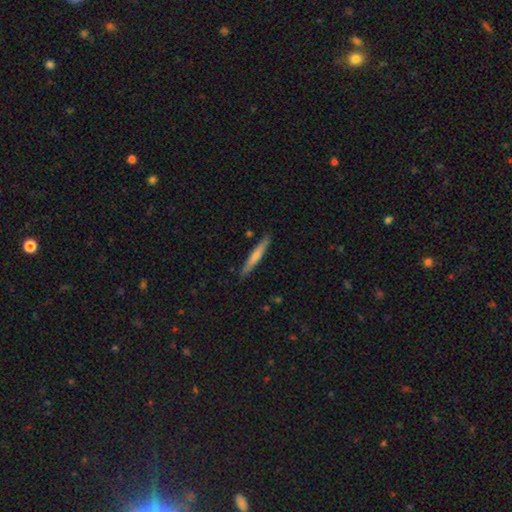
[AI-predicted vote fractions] Smooth or featured? Predicted: smooth (p=0.62). How rounded? Predicted: cigar-shaped (p=0.95). Merging? Predicted: none (p=0.88).